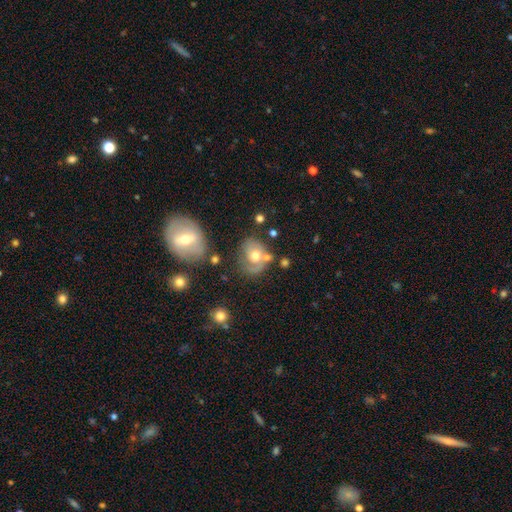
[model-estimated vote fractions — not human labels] Overall: featured or disk (55%; smooth 37%). Edge-on disk: no (96%). Bar: no (80%). Spiral arms: yes (68%; no 32%). Bulge size: moderate (69%). Merging: none (45%; minor disturbance 22%).